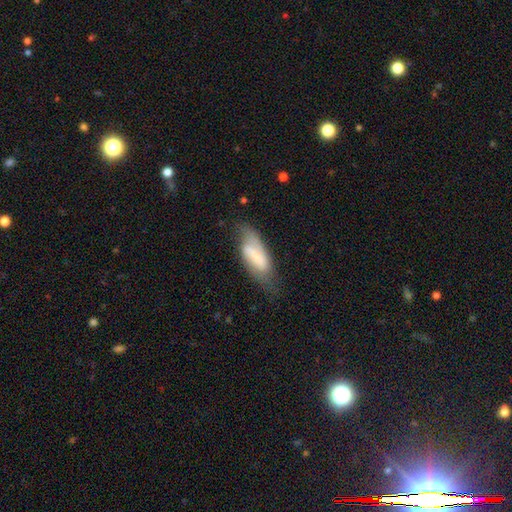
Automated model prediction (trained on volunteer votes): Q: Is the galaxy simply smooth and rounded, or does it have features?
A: featured or disk — 52%.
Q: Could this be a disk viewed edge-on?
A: no — 88%.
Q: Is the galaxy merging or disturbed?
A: none — 57%.